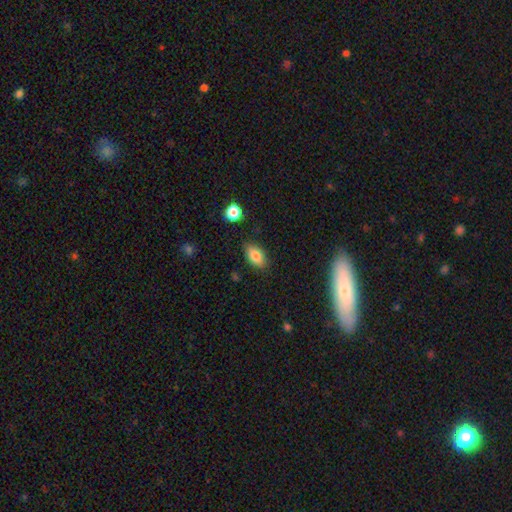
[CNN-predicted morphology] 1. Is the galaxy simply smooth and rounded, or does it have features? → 81% smooth, 10% featured or disk, 9% star or artifact.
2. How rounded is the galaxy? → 88% in between, 9% round, 3% cigar-shaped.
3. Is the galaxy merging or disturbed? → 83% none, 12% minor disturbance, 3% major disturbance, 2% merger.